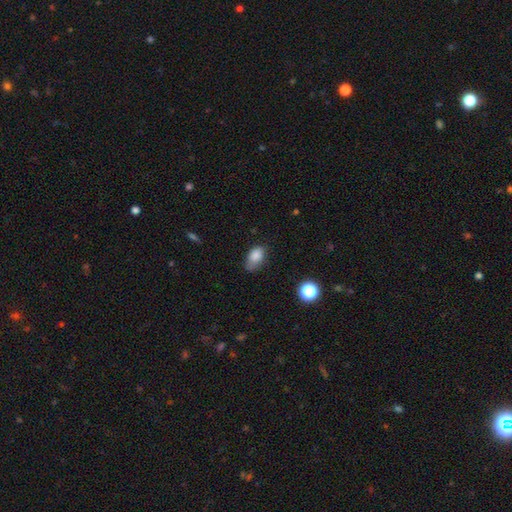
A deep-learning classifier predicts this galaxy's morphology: Smooth or featured: smooth — 83% (star or artifact — 9%)
How rounded: in between — 88% (round — 10%)
Merging: none — 52% (minor disturbance — 35%)